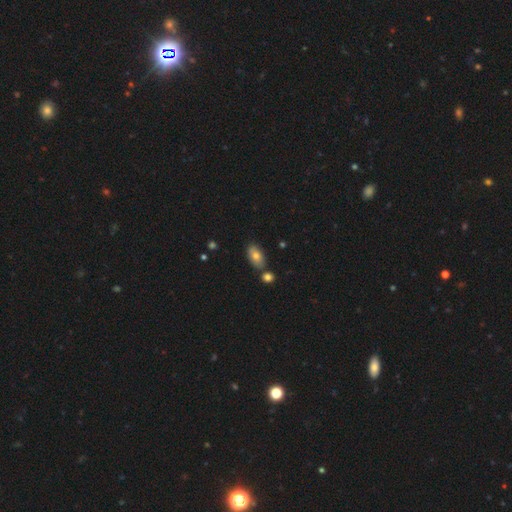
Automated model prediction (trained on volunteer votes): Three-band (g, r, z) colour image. It shows a smooth galaxy with no disk features (77%) that is in between round and cigar-shaped (92%). Merging: none (76%).